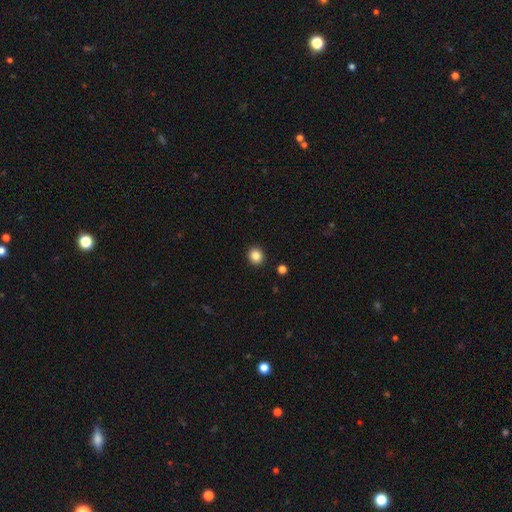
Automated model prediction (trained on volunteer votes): smooth_or_featured: smooth (p=0.85) [alt: star or artifact p=0.11]
how_rounded: round (p=0.83) [alt: in between p=0.16]
merging: none (p=0.92) [alt: minor disturbance p=0.05]